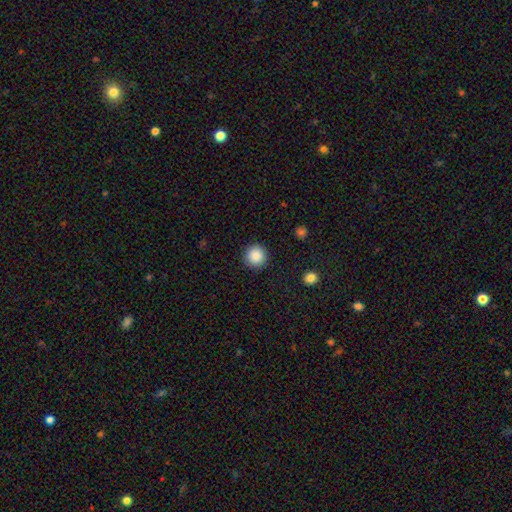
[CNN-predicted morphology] This is clearly a smooth galaxy (88%). How rounded: clearly round (95%). Merging: clearly none (92%).